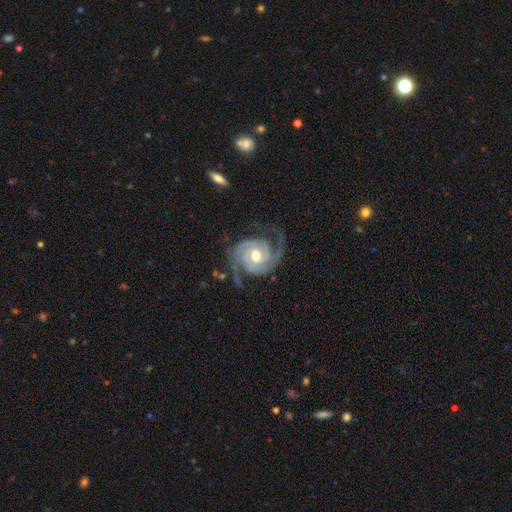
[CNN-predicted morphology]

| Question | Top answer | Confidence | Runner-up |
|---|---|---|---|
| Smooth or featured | featured or disk | 93% | star or artifact (4%) |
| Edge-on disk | no | 98% | yes (2%) |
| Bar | no | 60% | weak (30%) |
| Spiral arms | yes | 98% | no (2%) |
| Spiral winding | tight | 48% | medium (42%) |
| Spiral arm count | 2 | 75% | 3 (13%) |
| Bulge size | moderate | 77% | small (13%) |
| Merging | none | 74% | minor disturbance (16%) |